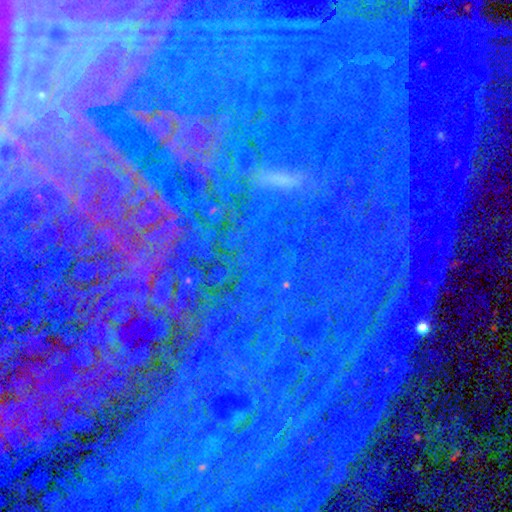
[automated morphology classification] Smooth or featured: star or artifact — 79% (featured or disk — 11%)